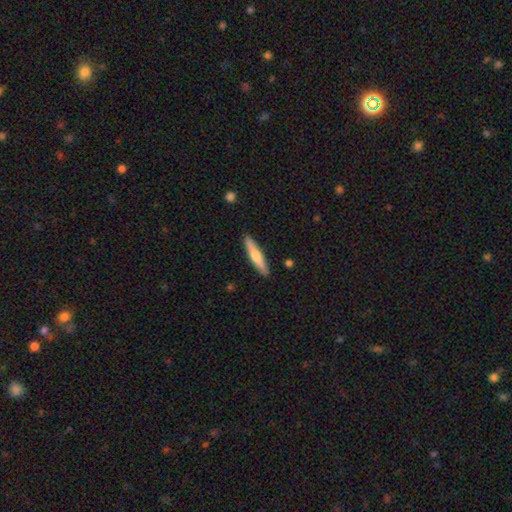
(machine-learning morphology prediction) Overall: smooth (63%; featured or disk 32%). How rounded: cigar-shaped (89%). Merging: none (90%).